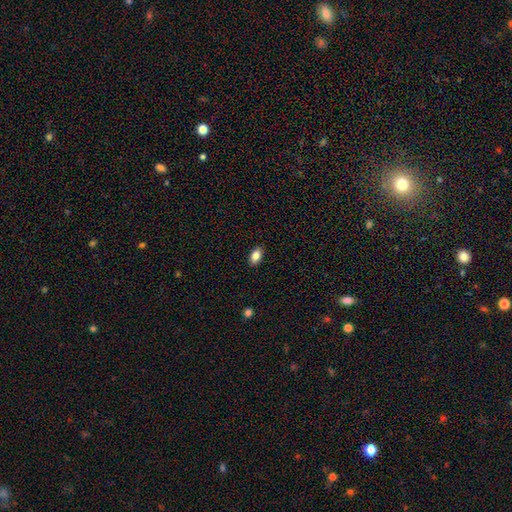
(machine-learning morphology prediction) Smooth or featured? Predicted: smooth (p=0.84). How rounded? Predicted: in between (p=0.91). Merging? Predicted: none (p=0.90).